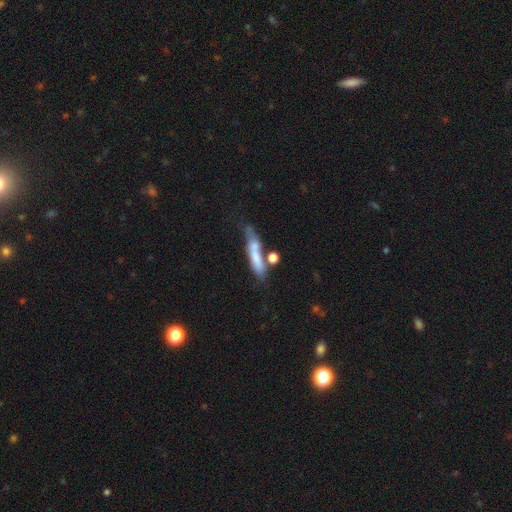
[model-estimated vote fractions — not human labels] The model was most divided on "merging": none: 40%, merger: 26%, minor disturbance: 21%, major disturbance: 13%. More confident: how rounded — cigar-shaped (75%); smooth or featured — smooth (63%).